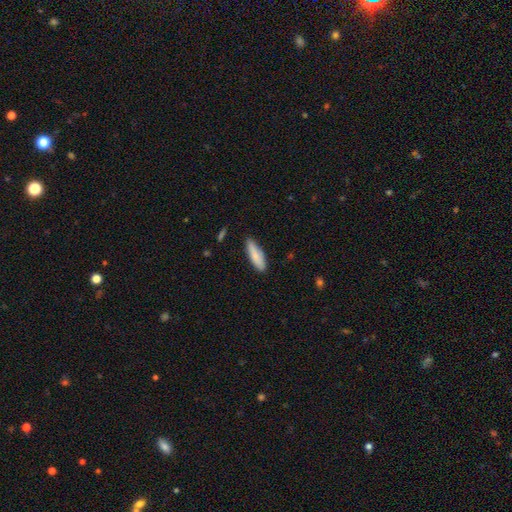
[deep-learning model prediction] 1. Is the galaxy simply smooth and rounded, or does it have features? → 83% smooth, 11% featured or disk, 5% star or artifact.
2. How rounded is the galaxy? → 55% cigar-shaped, 43% in between, 2% round.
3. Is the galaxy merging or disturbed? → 84% none, 13% minor disturbance, 2% major disturbance, 1% merger.